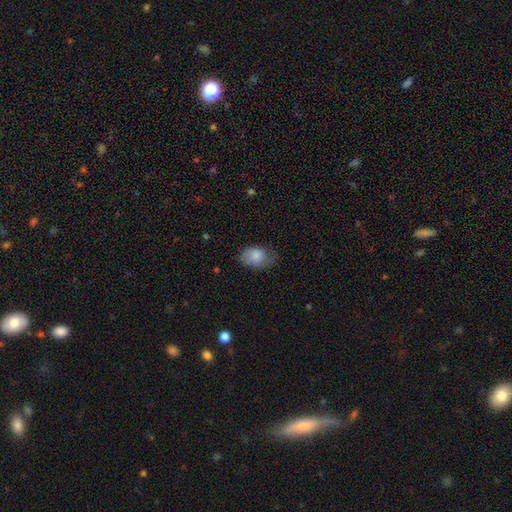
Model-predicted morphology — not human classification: Smooth or featured? smooth (75%)
How rounded? in between (84%)
Merging? none (58%)